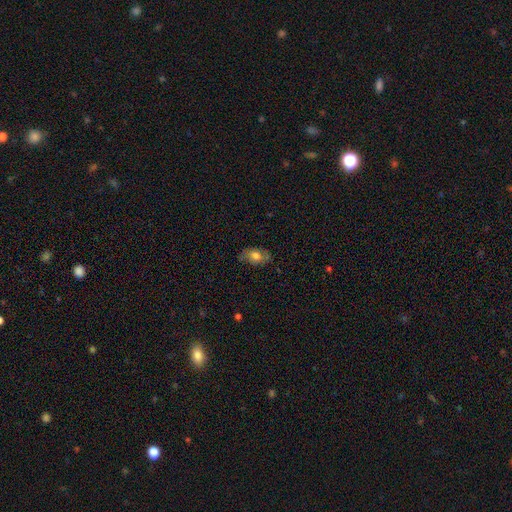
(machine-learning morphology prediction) Smooth or featured? Predicted: smooth (p=0.68). How rounded? Predicted: in between (p=0.87). Merging? Predicted: none (p=0.73).